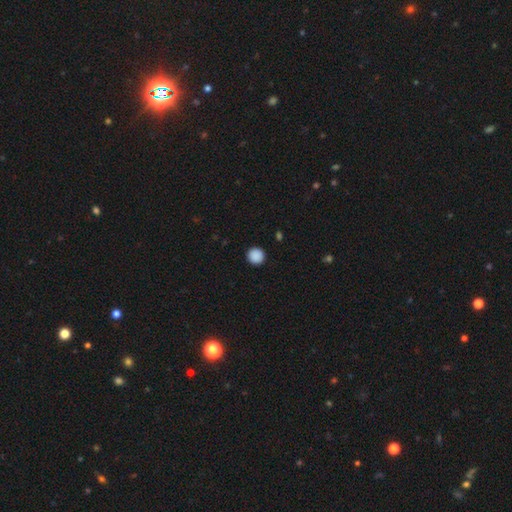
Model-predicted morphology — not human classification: Smooth or featured?
  - smooth: 90% *
  - star or artifact: 8%
  - featured or disk: 2%
How rounded?
  - round: 95% *
  - in between: 4%
  - cigar-shaped: 1%
Merging?
  - none: 93% *
  - minor disturbance: 4%
  - major disturbance: 2%
  - merger: 1%